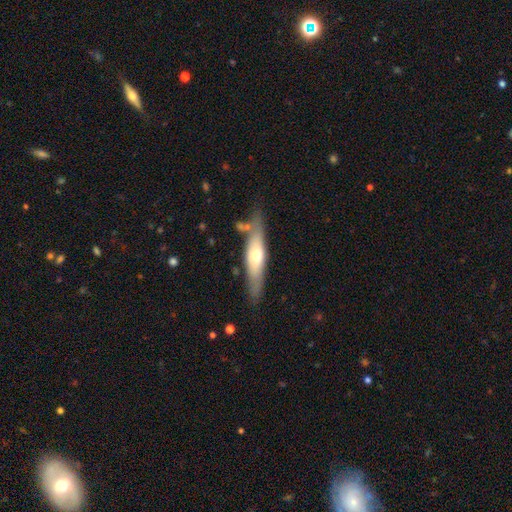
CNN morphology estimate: Q: Smooth or featured?
A: smooth (51%); runner-up: featured or disk (44%)
Q: How rounded?
A: cigar-shaped (71%); runner-up: in between (27%)
Q: Merging?
A: none (73%); runner-up: minor disturbance (16%)